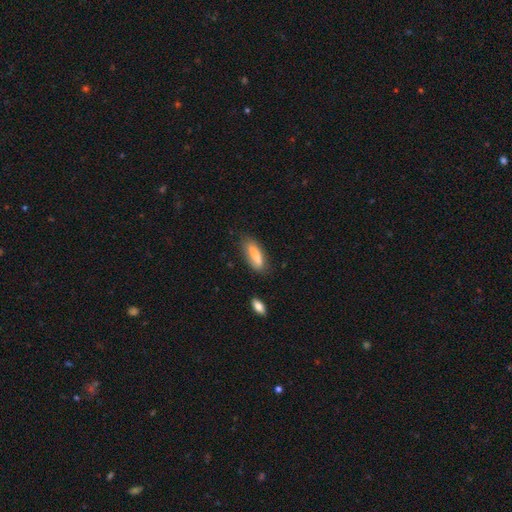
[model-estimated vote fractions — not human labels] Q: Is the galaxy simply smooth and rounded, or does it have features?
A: smooth — 75%.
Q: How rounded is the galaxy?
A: in between — 65%.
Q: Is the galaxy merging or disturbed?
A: none — 71%.